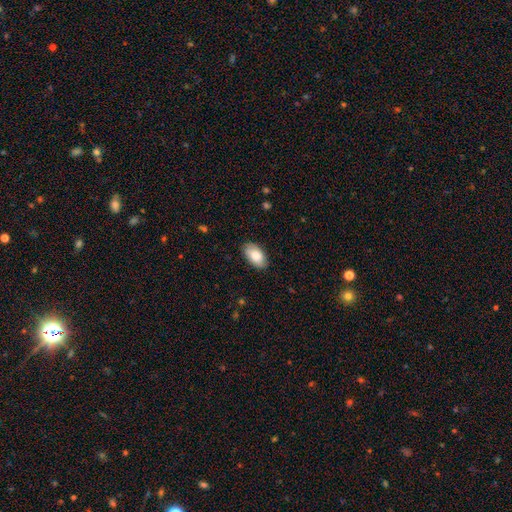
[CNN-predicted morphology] Overall: smooth (84%). How rounded: in between (95%). Merging: none (86%).